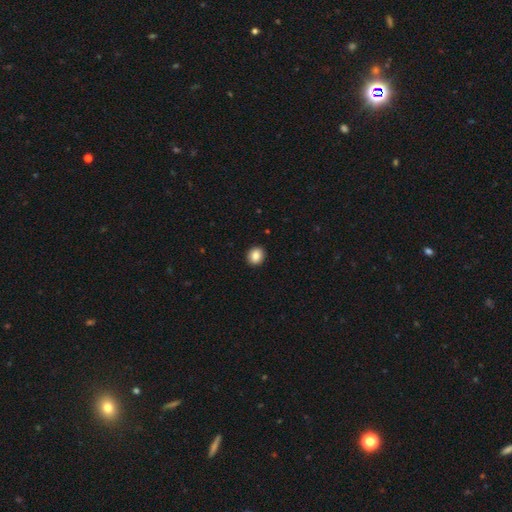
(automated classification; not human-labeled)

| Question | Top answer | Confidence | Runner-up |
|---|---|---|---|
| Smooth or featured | smooth | 87% | star or artifact (9%) |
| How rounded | round | 75% | in between (24%) |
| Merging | none | 92% | minor disturbance (5%) |